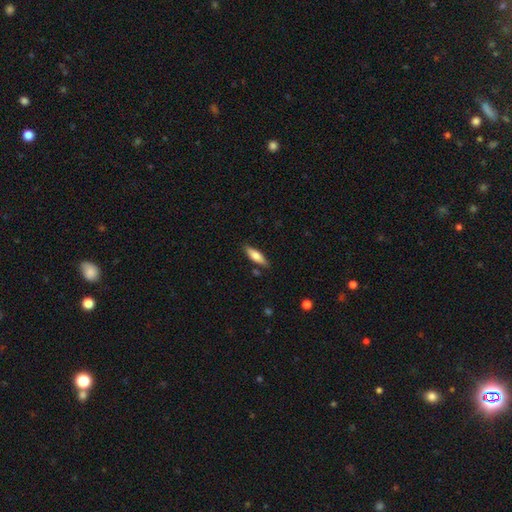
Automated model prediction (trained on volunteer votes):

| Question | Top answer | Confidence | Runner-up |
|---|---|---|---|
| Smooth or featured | smooth | 71% | featured or disk (23%) |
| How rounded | cigar-shaped | 51% | in between (47%) |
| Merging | none | 82% | minor disturbance (12%) |